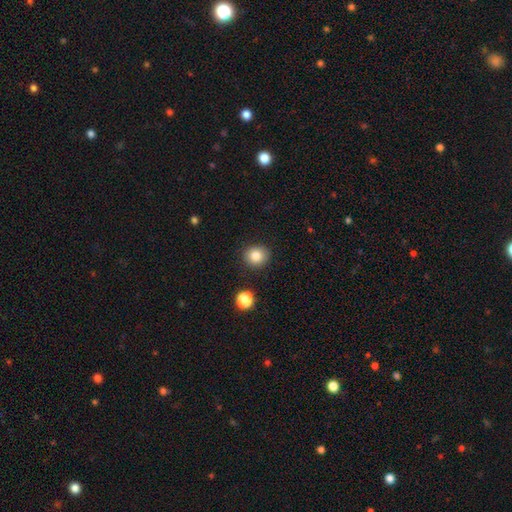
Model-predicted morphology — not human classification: Smooth or featured?
  - smooth: 84% *
  - star or artifact: 10%
  - featured or disk: 6%
How rounded?
  - round: 82% *
  - in between: 17%
  - cigar-shaped: 1%
Merging?
  - none: 87% *
  - minor disturbance: 8%
  - major disturbance: 2%
  - merger: 2%